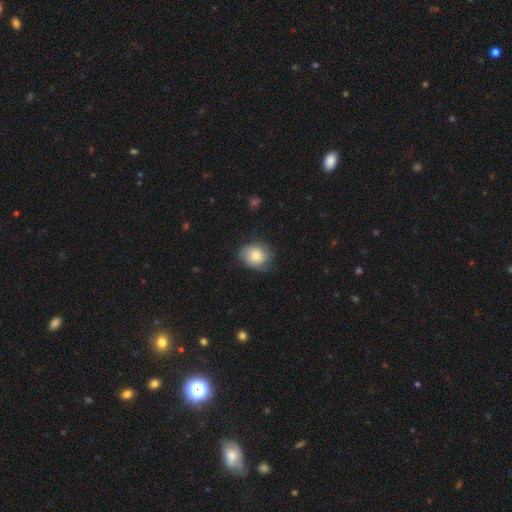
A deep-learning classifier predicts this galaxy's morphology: Smooth or featured? Predicted: smooth (p=0.78). How rounded? Predicted: round (p=0.59). Merging? Predicted: none (p=0.66).